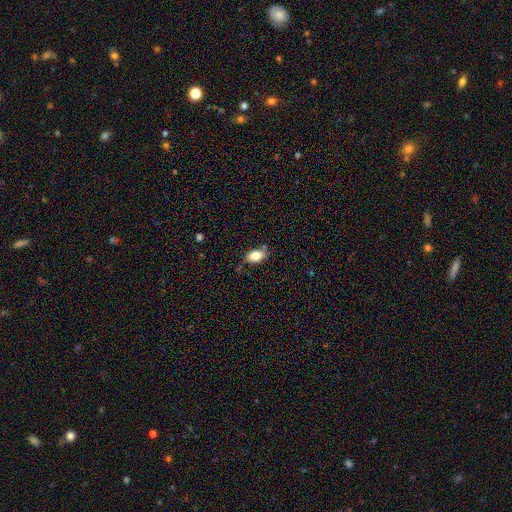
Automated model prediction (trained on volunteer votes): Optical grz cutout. It shows a smooth galaxy with no disk features (82%) that is in between round and cigar-shaped (91%). Merging: none (77%).